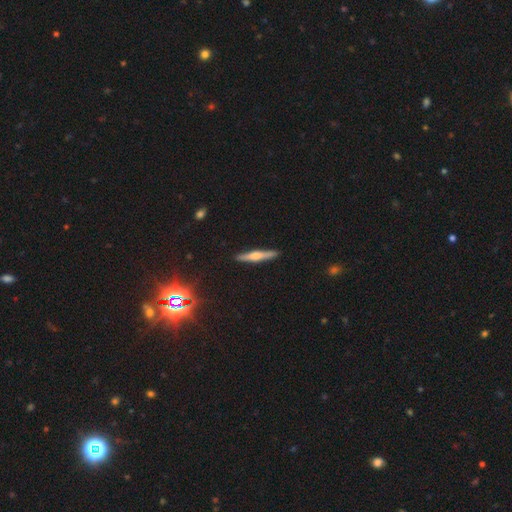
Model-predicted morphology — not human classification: Q: Smooth or featured?
A: featured or disk (57%); runner-up: smooth (36%)
Q: Edge-on disk?
A: yes (97%); runner-up: no (3%)
Q: Edge-on bulge?
A: rounded (80%); runner-up: boxy (11%)
Q: Merging?
A: none (91%); runner-up: minor disturbance (7%)